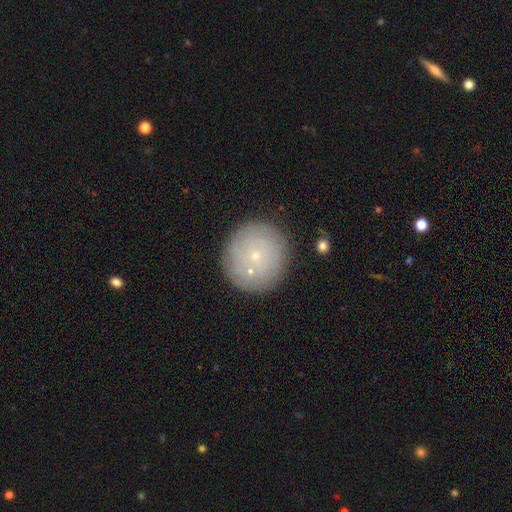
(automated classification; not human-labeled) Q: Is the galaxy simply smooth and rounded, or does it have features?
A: smooth — 51%.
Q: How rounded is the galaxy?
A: round — 94%.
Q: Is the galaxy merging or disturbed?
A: none — 81%.